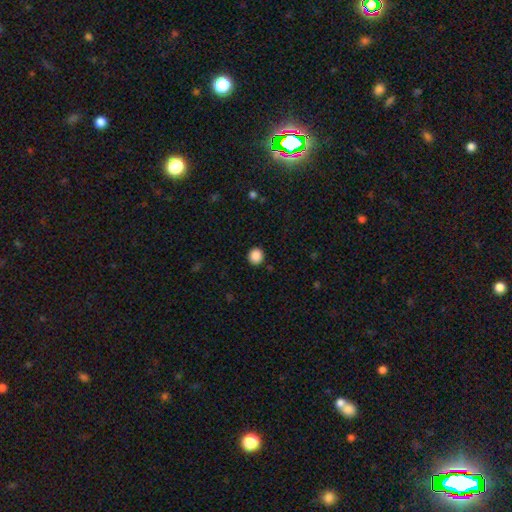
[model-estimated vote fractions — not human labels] smooth_or_featured: smooth (p=0.88) [alt: star or artifact p=0.09]
how_rounded: round (p=0.90) [alt: in between p=0.09]
merging: none (p=0.92) [alt: minor disturbance p=0.05]